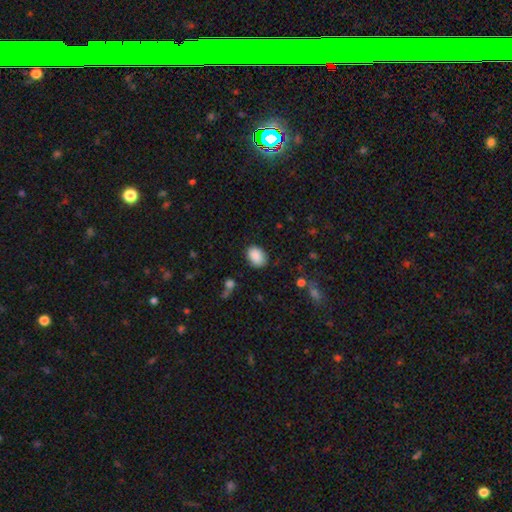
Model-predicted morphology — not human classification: Smooth or featured?
  - smooth: 89% *
  - star or artifact: 7%
  - featured or disk: 4%
How rounded?
  - in between: 77% *
  - round: 22%
  - cigar-shaped: 1%
Merging?
  - none: 81% *
  - minor disturbance: 14%
  - major disturbance: 3%
  - merger: 2%